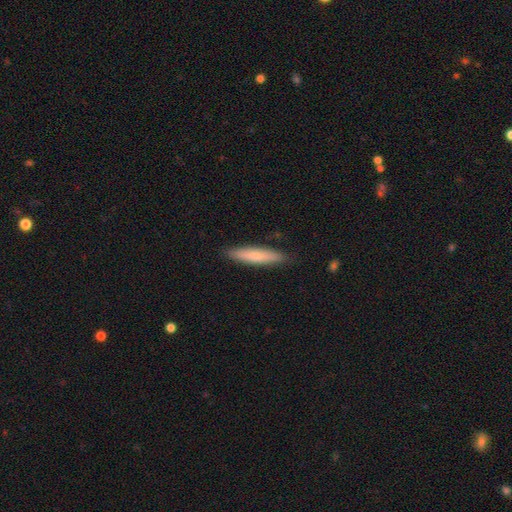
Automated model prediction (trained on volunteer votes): A smooth galaxy with no disk features (67%) that is cigar-shaped (88%).

Vote fractions:
- Smooth or featured? smooth: 67% / featured or disk: 28% / star or artifact: 6%
- How rounded? cigar-shaped: 88% / in between: 10% / round: 1%
- Merging? none: 89% / minor disturbance: 9% / major disturbance: 2% / merger: 1%